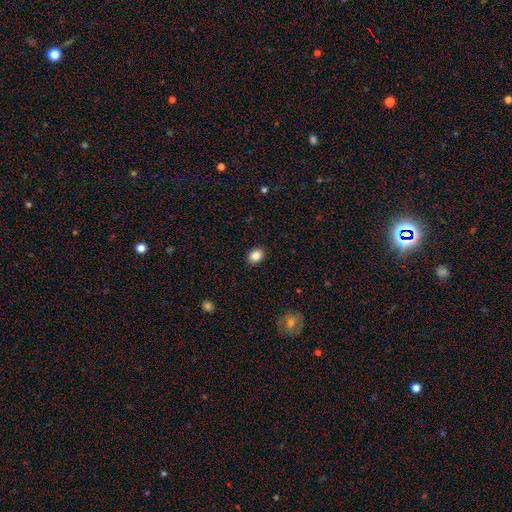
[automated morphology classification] This appears to be a smooth galaxy with no disk features (85%) that is in between round and cigar-shaped (66%). Merging: none (89%).